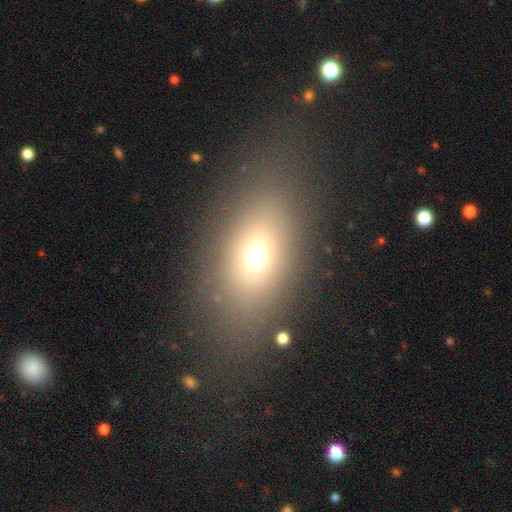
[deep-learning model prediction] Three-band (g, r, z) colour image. It shows a smooth galaxy with no disk features (66%) that is in between round and cigar-shaped (75%). Merging: none (79%).